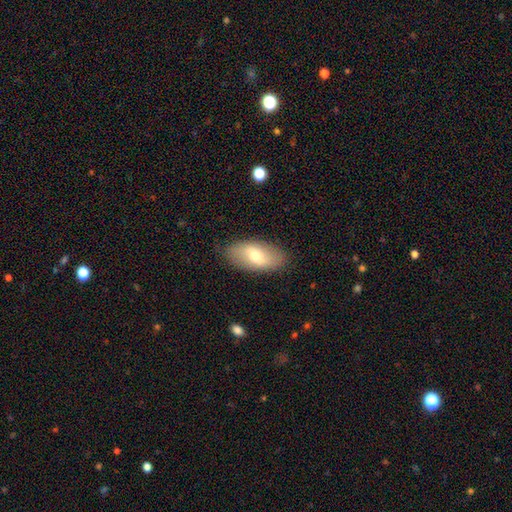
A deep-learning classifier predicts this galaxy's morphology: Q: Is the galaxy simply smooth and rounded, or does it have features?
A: smooth — 56%.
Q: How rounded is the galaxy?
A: in between — 92%.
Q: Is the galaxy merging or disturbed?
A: none — 84%.